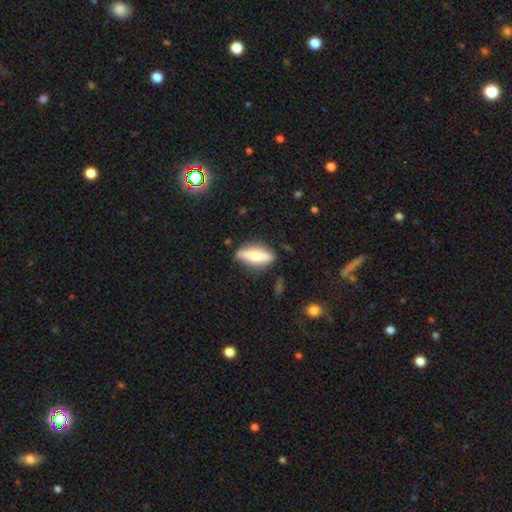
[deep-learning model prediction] smooth_or_featured: smooth (p=0.56) [alt: featured or disk p=0.38]
how_rounded: cigar-shaped (p=0.55) [alt: in between p=0.42]
merging: none (p=0.80) [alt: minor disturbance p=0.14]